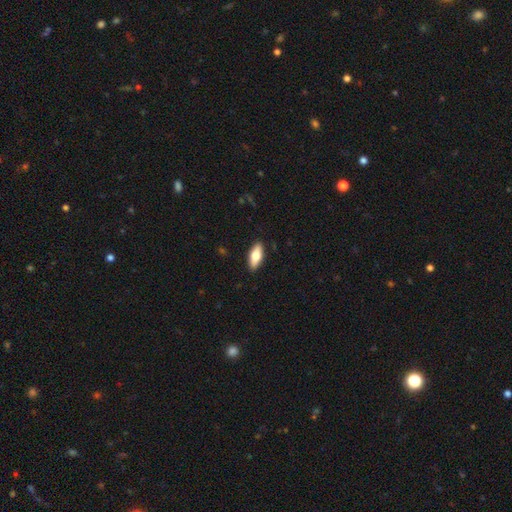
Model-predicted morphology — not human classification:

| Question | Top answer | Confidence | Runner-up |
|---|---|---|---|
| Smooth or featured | smooth | 68% | featured or disk (27%) |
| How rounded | in between | 75% | cigar-shaped (23%) |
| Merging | none | 89% | minor disturbance (8%) |